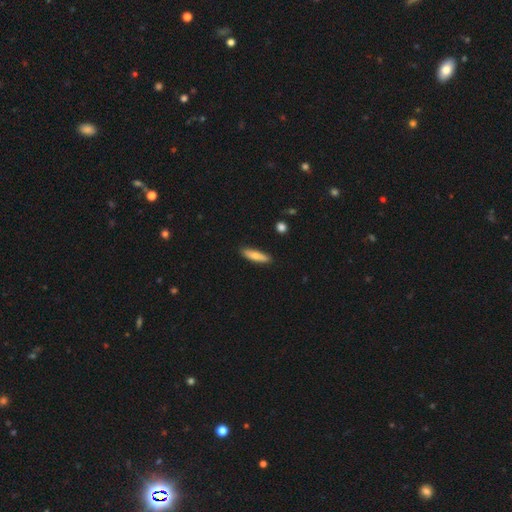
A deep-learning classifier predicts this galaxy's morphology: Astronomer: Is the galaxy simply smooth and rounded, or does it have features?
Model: smooth — 75%.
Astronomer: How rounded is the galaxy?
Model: cigar-shaped — 68%.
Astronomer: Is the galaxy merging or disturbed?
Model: none — 86%.